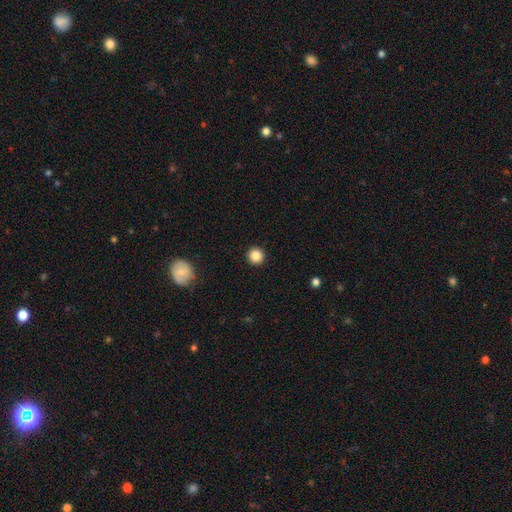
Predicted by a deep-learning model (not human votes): The model was most divided on "smooth or featured": smooth: 86%, star or artifact: 10%, featured or disk: 4%. More confident: how rounded — round (95%); merging — none (93%).